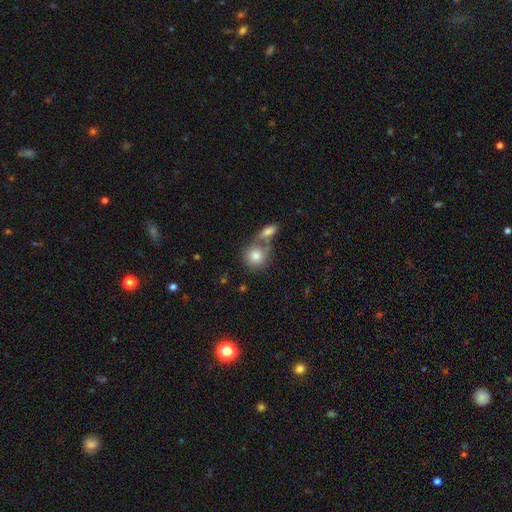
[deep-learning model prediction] smooth 81%, featured or disk 11%, star or artifact 8%. Down the decision tree: how rounded — round (82%); merging — none (45%).